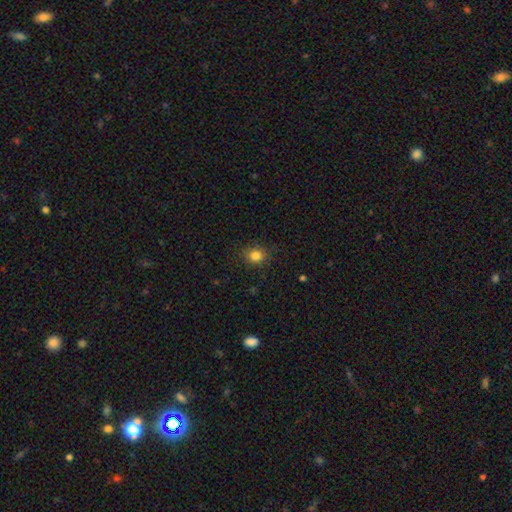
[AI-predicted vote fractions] This is clearly a smooth galaxy (83%). How rounded: likely round (71%). Merging: clearly none (87%).